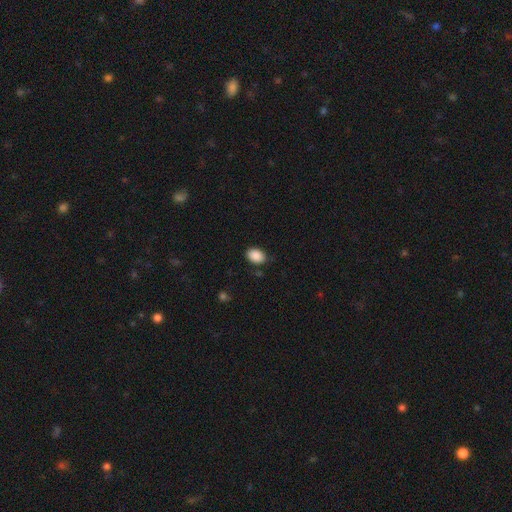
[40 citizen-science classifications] Morphology: type=smooth (98%); roundness=in between (69%); merging=none (90%).